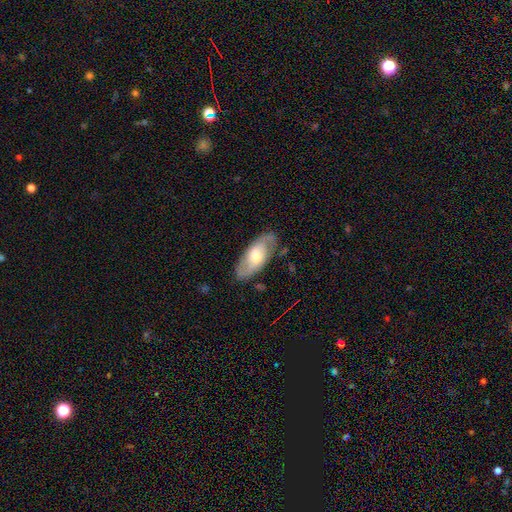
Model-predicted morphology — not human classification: A featured or disk galaxy (56%). Merging: none (79%).